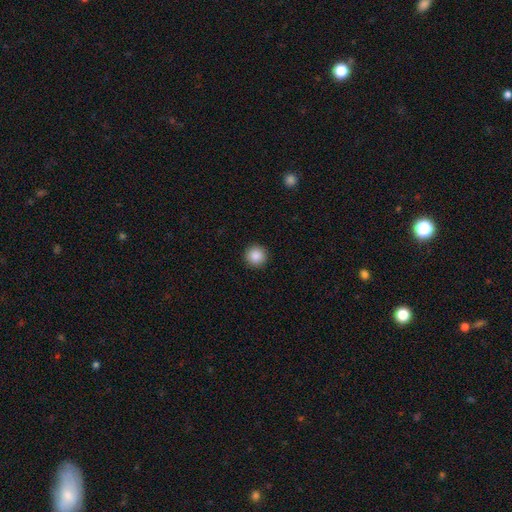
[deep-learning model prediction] This is clearly a smooth galaxy (88%). How rounded: clearly round (96%). Merging: clearly none (93%).